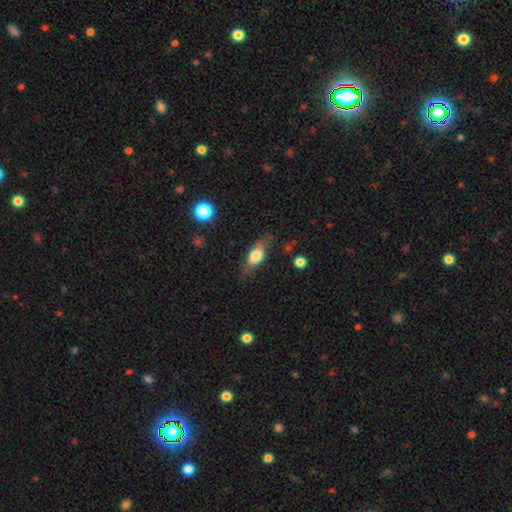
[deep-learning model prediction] Smooth or featured: smooth — 62% (featured or disk — 31%)
How rounded: in between — 73% (cigar-shaped — 20%)
Merging: none — 71% (minor disturbance — 20%)